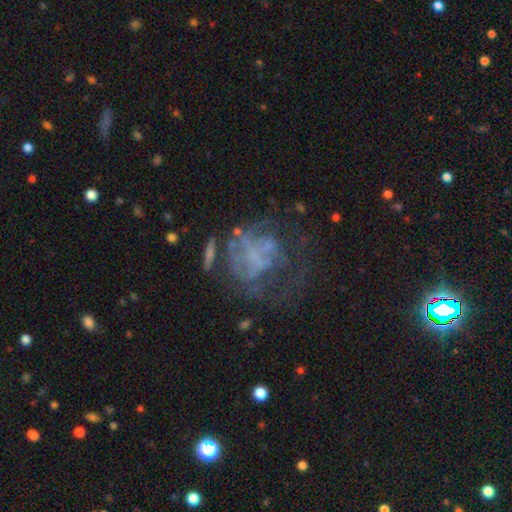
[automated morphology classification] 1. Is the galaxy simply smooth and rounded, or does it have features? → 62% featured or disk, 21% smooth, 17% star or artifact.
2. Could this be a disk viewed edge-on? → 98% no, 2% yes.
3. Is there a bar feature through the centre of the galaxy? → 85% no, 11% weak, 4% strong.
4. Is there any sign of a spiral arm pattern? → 74% no, 26% yes.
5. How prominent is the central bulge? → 75% none, 13% small, 8% moderate, 3% large, 1% dominant.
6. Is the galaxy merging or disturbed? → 42% major disturbance, 33% none, 17% minor disturbance, 7% merger.